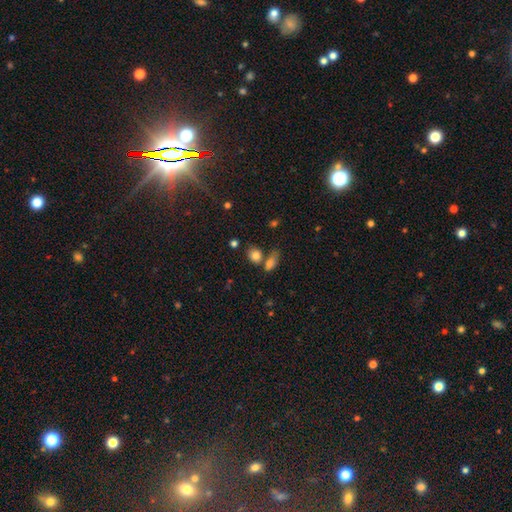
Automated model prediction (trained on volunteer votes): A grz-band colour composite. It shows a smooth galaxy with no disk features (81%) that is round (50%). Merging: none (55%).